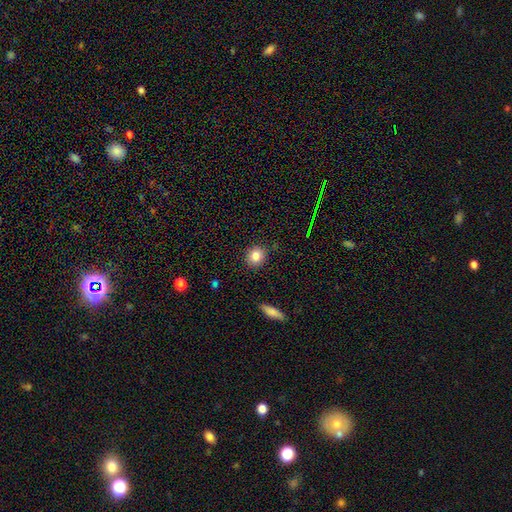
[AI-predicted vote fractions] Smooth or featured? Predicted: smooth (p=0.82). How rounded? Predicted: round (p=0.80). Merging? Predicted: none (p=0.89).